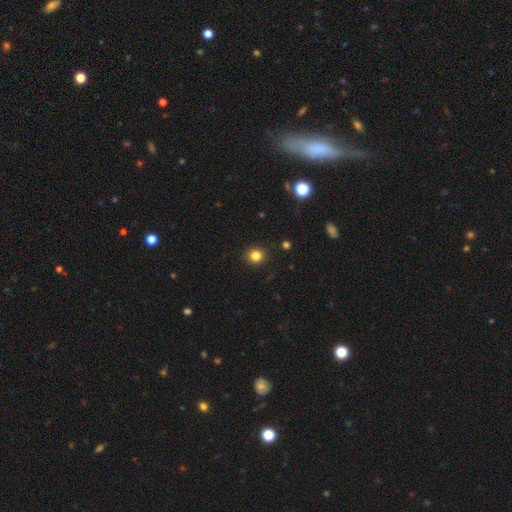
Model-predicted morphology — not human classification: This is clearly a smooth galaxy (82%). How rounded: clearly round (89%). Merging: clearly none (92%).